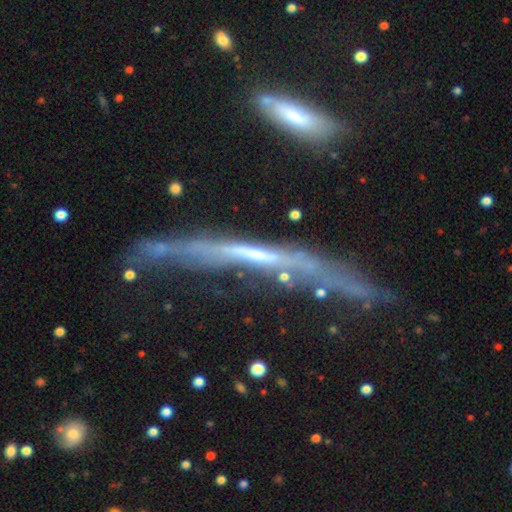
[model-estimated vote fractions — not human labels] This is likely a featured or disk galaxy (70%). It is clearly viewed edge-on (86%). Edge-on bulge: likely none (76%). Merging: likely none (61%).